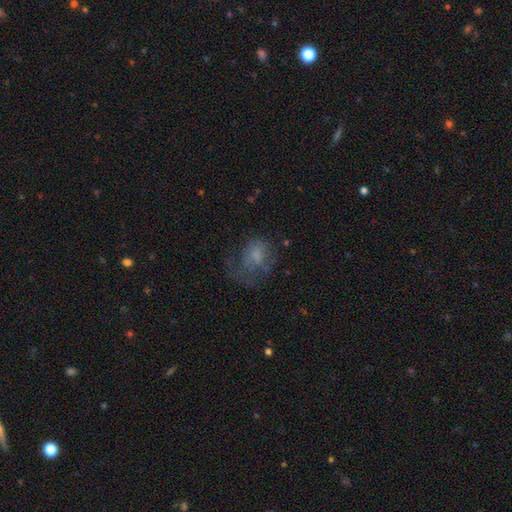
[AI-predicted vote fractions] Morphology: type=smooth (54%); roundness=in between (61%); merging=major disturbance (42%).